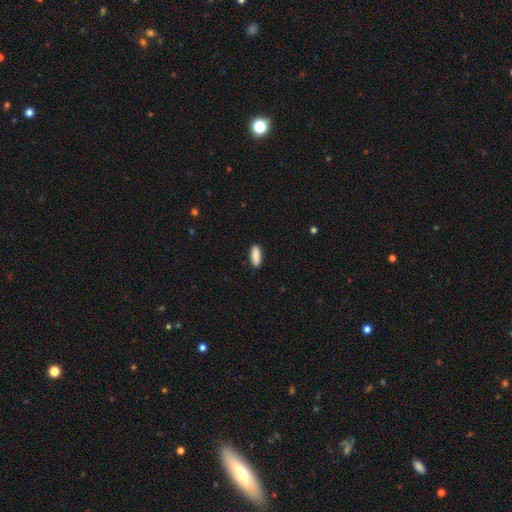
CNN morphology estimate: smooth_or_featured: smooth (p=0.89) [alt: star or artifact p=0.06]
how_rounded: in between (p=0.75) [alt: cigar-shaped p=0.23]
merging: none (p=0.90) [alt: minor disturbance p=0.08]